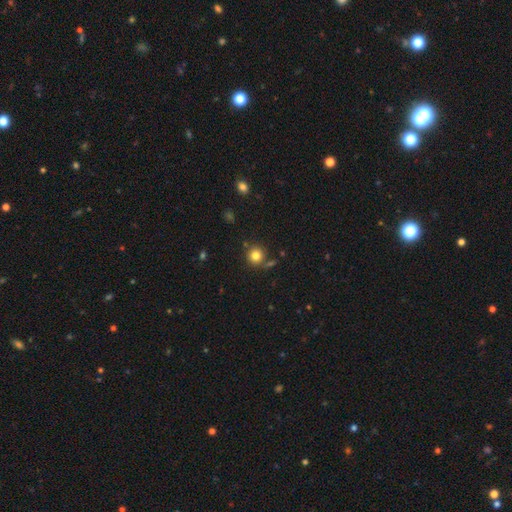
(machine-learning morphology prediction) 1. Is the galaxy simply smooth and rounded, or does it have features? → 80% smooth, 12% star or artifact, 7% featured or disk.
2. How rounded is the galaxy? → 93% round, 7% in between, 1% cigar-shaped.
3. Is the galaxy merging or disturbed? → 79% none, 10% minor disturbance, 8% merger, 3% major disturbance.